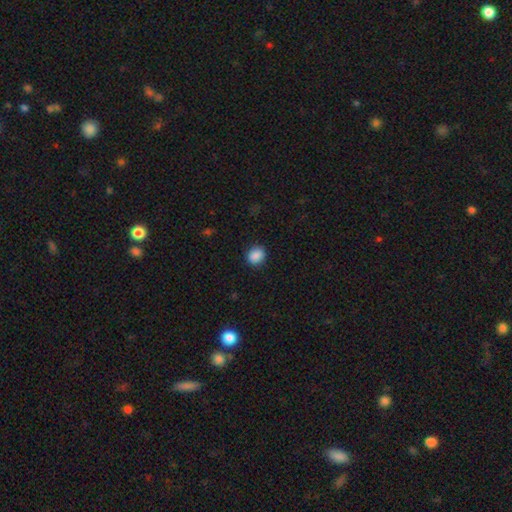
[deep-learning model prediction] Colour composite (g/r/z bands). It shows a smooth galaxy with no disk features (89%) that is round (68%). Merging: none (90%).